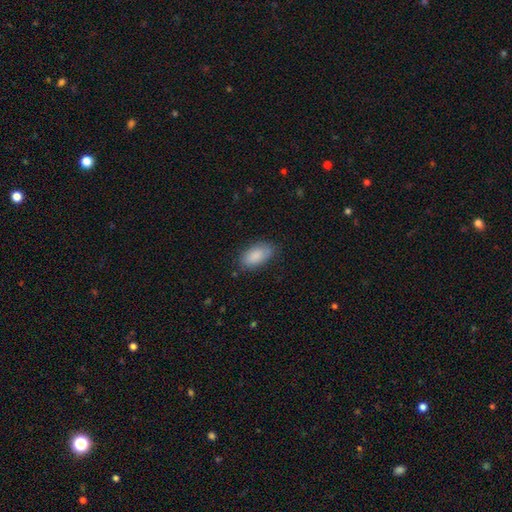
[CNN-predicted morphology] Smooth or featured?
  - smooth: 87% *
  - featured or disk: 7%
  - star or artifact: 6%
How rounded?
  - in between: 93% *
  - cigar-shaped: 4%
  - round: 3%
Merging?
  - none: 78% *
  - minor disturbance: 17%
  - major disturbance: 4%
  - merger: 1%